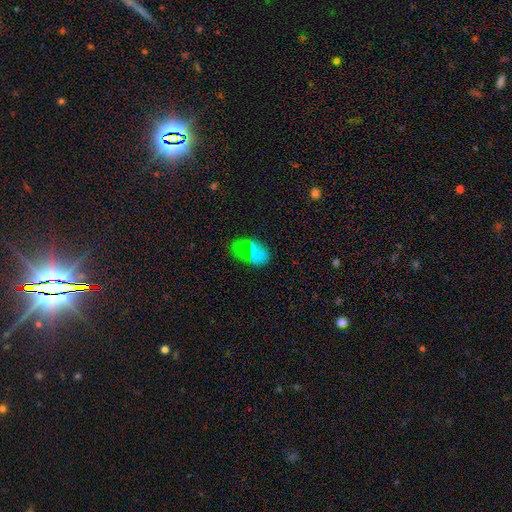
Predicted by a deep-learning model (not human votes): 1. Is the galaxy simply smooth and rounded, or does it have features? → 62% smooth, 27% star or artifact, 11% featured or disk.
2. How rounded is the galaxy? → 89% in between, 9% round, 2% cigar-shaped.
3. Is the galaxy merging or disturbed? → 76% none, 15% minor disturbance, 5% major disturbance, 3% merger.